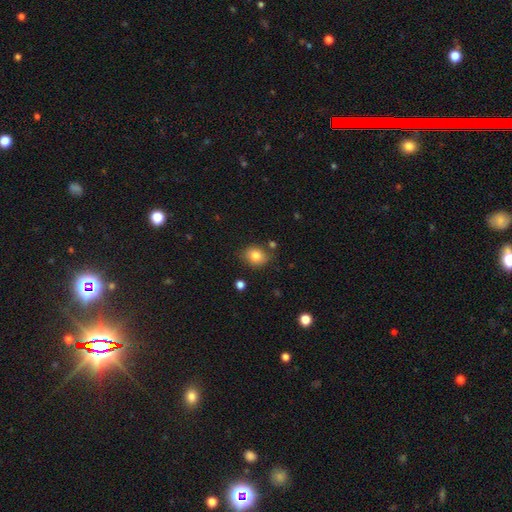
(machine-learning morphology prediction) type=smooth (81%); roundness=round (53%); merging=none (77%).